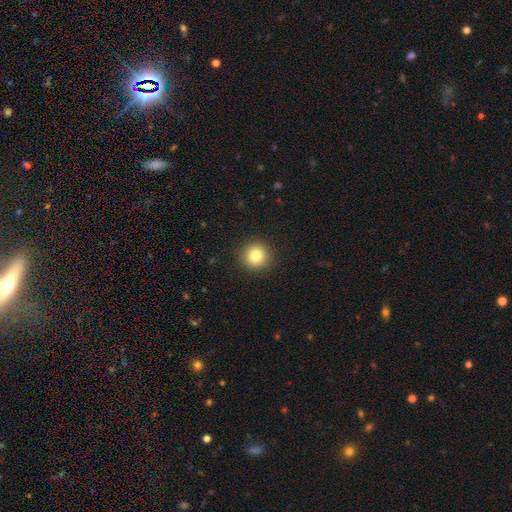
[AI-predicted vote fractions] This appears to be a smooth galaxy with no disk features (82%) that is round (94%). Merging: none (91%).